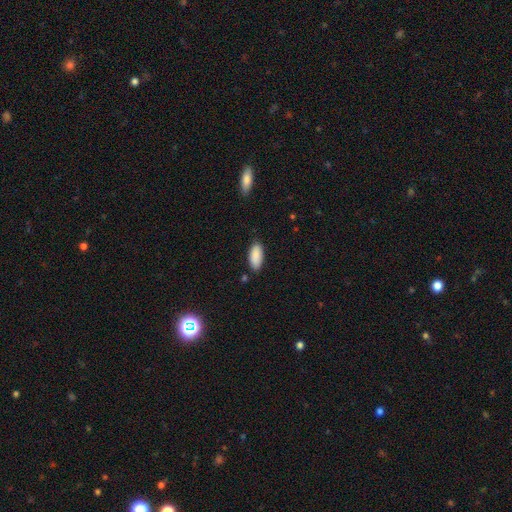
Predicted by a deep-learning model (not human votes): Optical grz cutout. It shows a smooth galaxy with no disk features (90%) that is in between round and cigar-shaped (88%). Merging: none (83%).